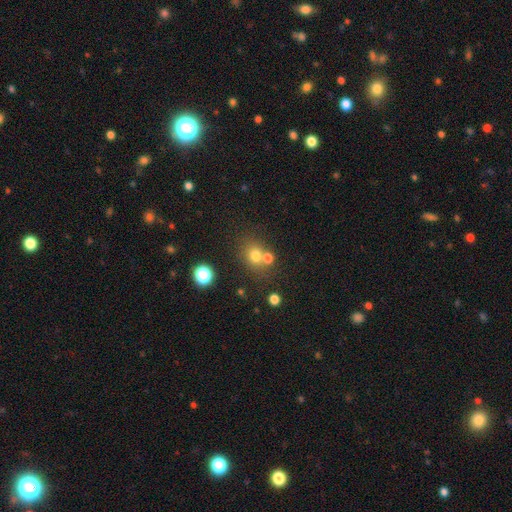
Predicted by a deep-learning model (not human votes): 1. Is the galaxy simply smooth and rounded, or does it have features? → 72% smooth, 17% star or artifact, 11% featured or disk.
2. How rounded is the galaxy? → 69% round, 30% in between, 1% cigar-shaped.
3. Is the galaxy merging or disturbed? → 57% none, 28% merger, 10% minor disturbance, 4% major disturbance.